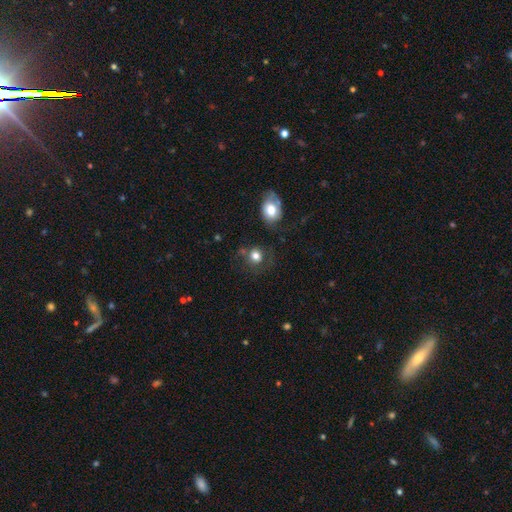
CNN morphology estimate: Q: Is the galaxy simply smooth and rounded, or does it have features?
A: smooth — 75%.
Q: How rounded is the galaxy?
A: round — 81%.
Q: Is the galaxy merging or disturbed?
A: none — 58%.